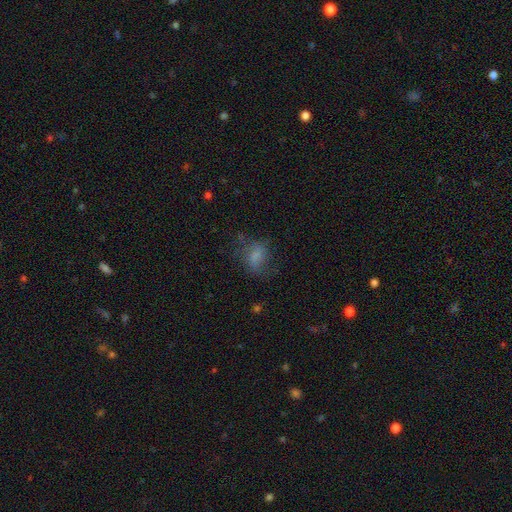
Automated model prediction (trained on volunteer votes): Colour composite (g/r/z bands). It shows a smooth galaxy with no disk features (64%) that is in between round and cigar-shaped (65%). Merging: none (53%).